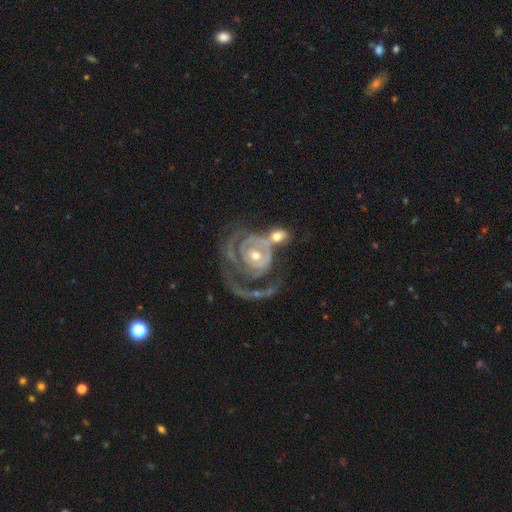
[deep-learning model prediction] Smooth or featured?
  - featured or disk: 85% *
  - smooth: 9%
  - star or artifact: 5%
Edge-on disk?
  - no: 97% *
  - yes: 3%
Bar?
  - no: 78% *
  - weak: 17%
  - strong: 5%
Spiral arms?
  - yes: 88% *
  - no: 12%
Spiral winding?
  - tight: 64% *
  - medium: 24%
  - loose: 12%
Spiral arm count?
  - 2: 29% *
  - can't tell: 27%
  - 1: 25%
  - 3: 10%
  - 4: 4%
  - more than 4: 4%
Bulge size?
  - moderate: 51% *
  - small: 43%
  - large: 3%
  - none: 1%
  - dominant: 1%
Merging?
  - merger: 33% *
  - major disturbance: 30%
  - none: 24%
  - minor disturbance: 13%